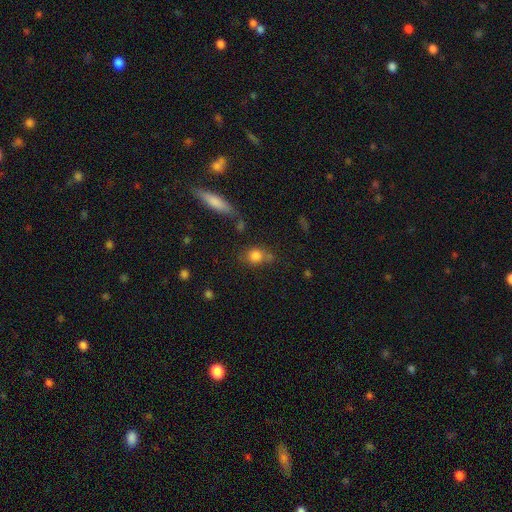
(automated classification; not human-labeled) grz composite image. It shows a smooth galaxy with no disk features (80%) that is round (67%). Merging: none (59%).